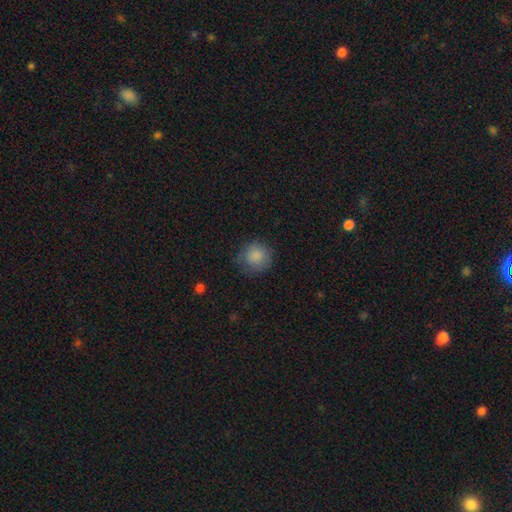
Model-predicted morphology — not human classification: Smooth or featured: smooth — 86% (star or artifact — 8%)
How rounded: round — 90% (in between — 9%)
Merging: none — 72% (minor disturbance — 20%)